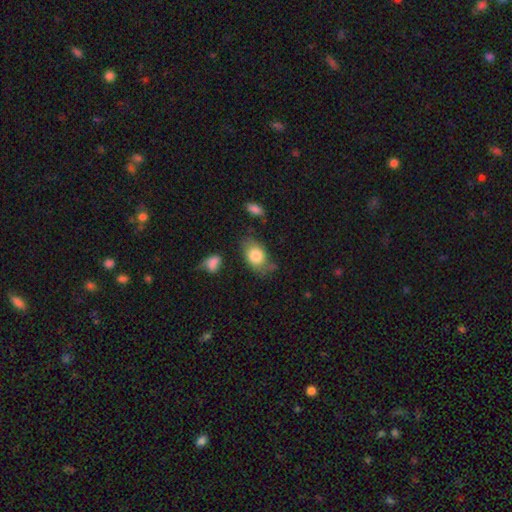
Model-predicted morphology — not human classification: smooth-or-featured: smooth: 79% | featured or disk: 14% | star or artifact: 7%
  how-rounded: in between: 83% | round: 16% | cigar-shaped: 2%
  merging: none: 60% | minor disturbance: 26% | major disturbance: 8% | merger: 6%